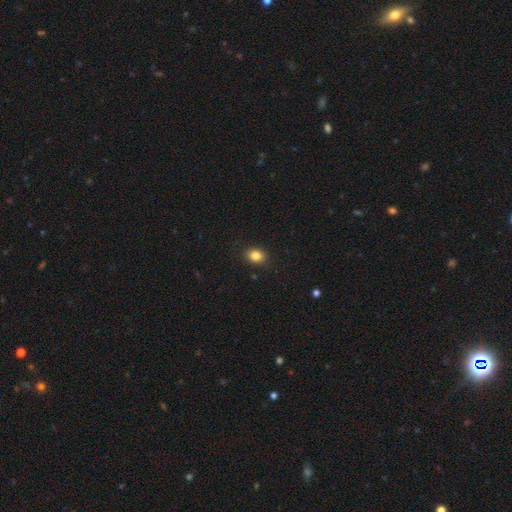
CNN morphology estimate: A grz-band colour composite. It shows a smooth galaxy with no disk features (85%) that is in between round and cigar-shaped (58%). Merging: none (88%).